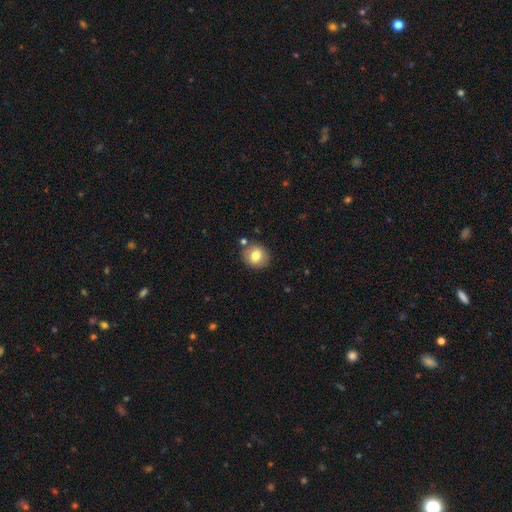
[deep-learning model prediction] Overall: smooth (76%). How rounded: round (80%). Merging: none (82%).